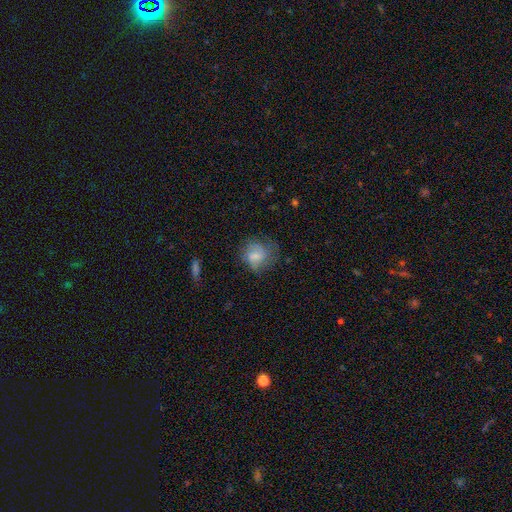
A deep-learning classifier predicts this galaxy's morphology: This is possibly a smooth galaxy (60%). How rounded: likely round (68%). Merging: possibly none (52%).